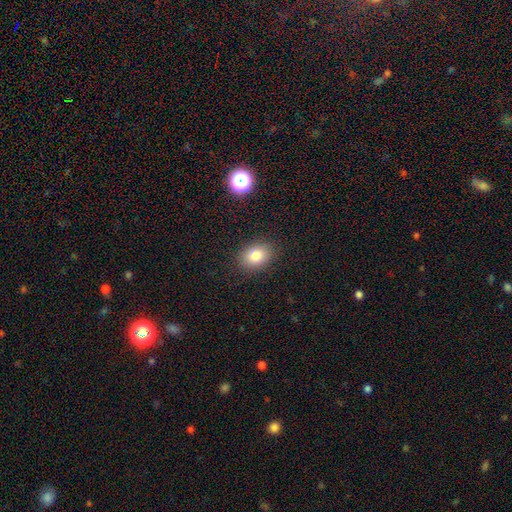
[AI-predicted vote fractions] A smooth galaxy with no disk features (81%) that is in between round and cigar-shaped (66%). Merging: none (87%).